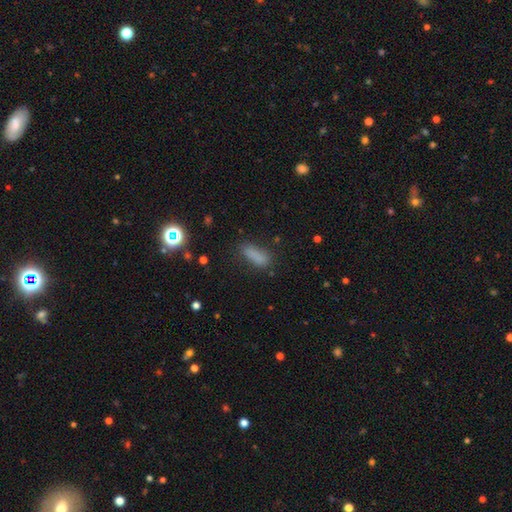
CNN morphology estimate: smooth 79%, star or artifact 15%, featured or disk 7%. Down the decision tree: how rounded — in between (55%); merging — none (72%).